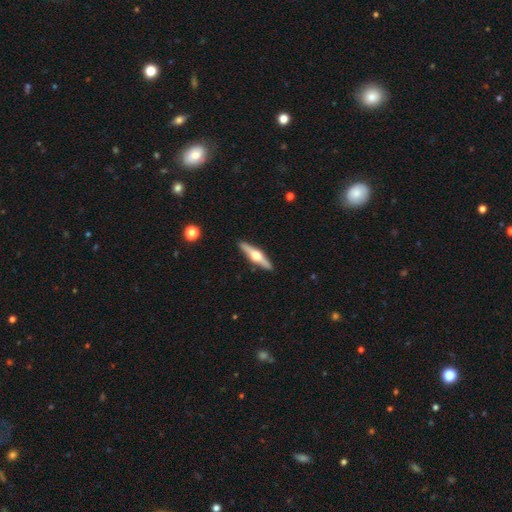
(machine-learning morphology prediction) Overall: featured or disk (70%). Edge-on disk: yes (96%). Edge-on bulge: rounded (96%). Merging: none (91%).